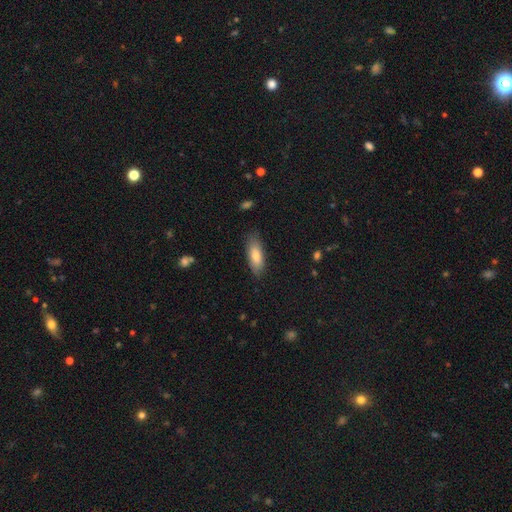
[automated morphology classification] A smooth galaxy with no disk features (78%) that is in between round and cigar-shaped (63%).

Vote fractions:
- Smooth or featured? smooth: 78% / featured or disk: 16% / star or artifact: 6%
- How rounded? in between: 63% / cigar-shaped: 35% / round: 2%
- Merging? none: 83% / minor disturbance: 13% / major disturbance: 3% / merger: 1%